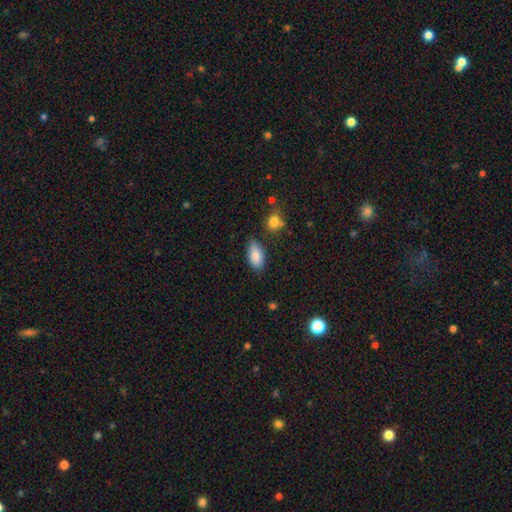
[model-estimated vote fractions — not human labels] Smooth or featured? smooth (86%)
How rounded? in between (92%)
Merging? none (76%)